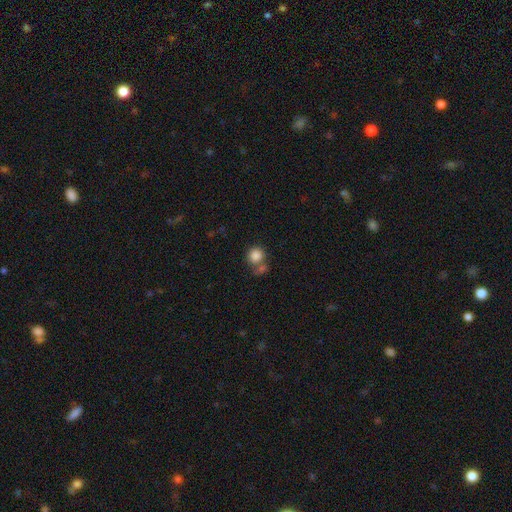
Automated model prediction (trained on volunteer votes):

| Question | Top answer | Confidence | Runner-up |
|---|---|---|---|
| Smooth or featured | smooth | 85% | star or artifact (9%) |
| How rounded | round | 88% | in between (12%) |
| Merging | none | 53% | merger (30%) |